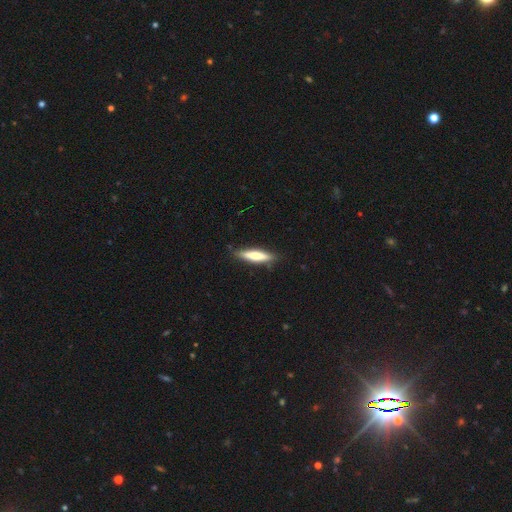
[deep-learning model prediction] Smooth or featured?
  - smooth: 66% *
  - featured or disk: 29%
  - star or artifact: 5%
How rounded?
  - cigar-shaped: 80% *
  - in between: 19%
  - round: 1%
Merging?
  - none: 85% *
  - minor disturbance: 11%
  - major disturbance: 2%
  - merger: 1%